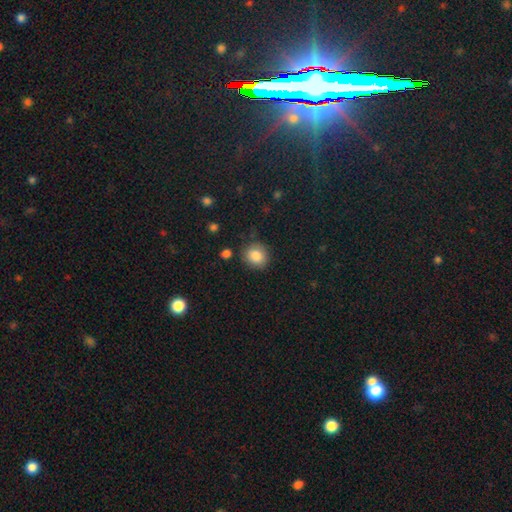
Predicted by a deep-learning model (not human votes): This is clearly a smooth galaxy (85%). How rounded: likely round (77%). Merging: clearly none (83%).